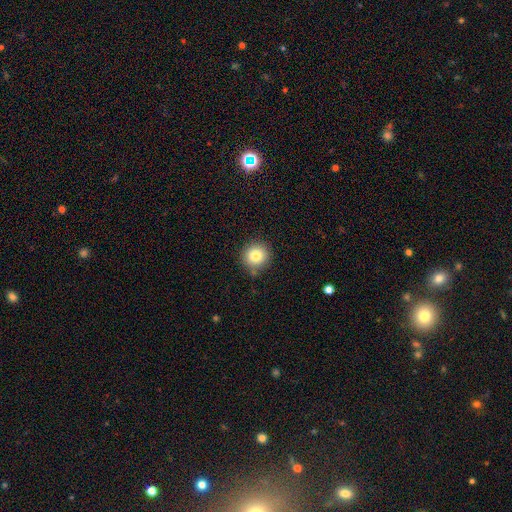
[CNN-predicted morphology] This is clearly a smooth galaxy (82%). How rounded: clearly round (93%). Merging: clearly none (84%).